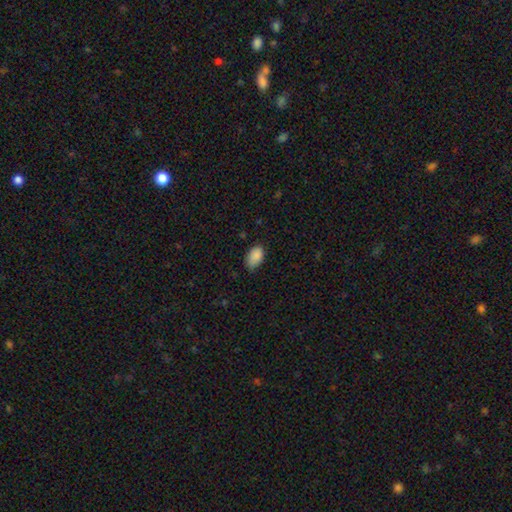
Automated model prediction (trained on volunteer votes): A smooth galaxy with no disk features (88%) that is in between round and cigar-shaped (90%).

Vote fractions:
- Smooth or featured? smooth: 88% / star or artifact: 8% / featured or disk: 5%
- How rounded? in between: 90% / round: 9% / cigar-shaped: 1%
- Merging? none: 63% / minor disturbance: 31% / major disturbance: 5% / merger: 1%